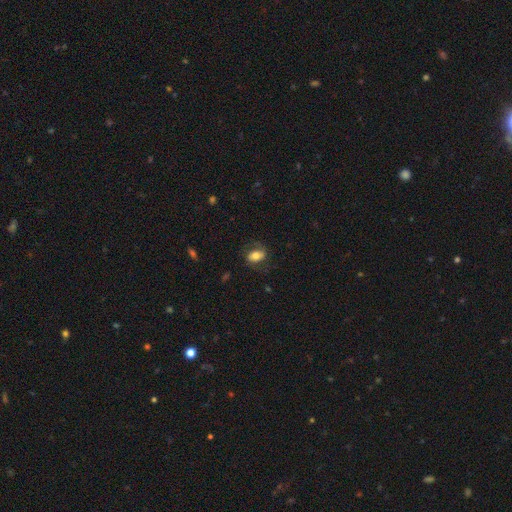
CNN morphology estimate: type=smooth (63%); roundness=in between (84%); merging=none (69%).